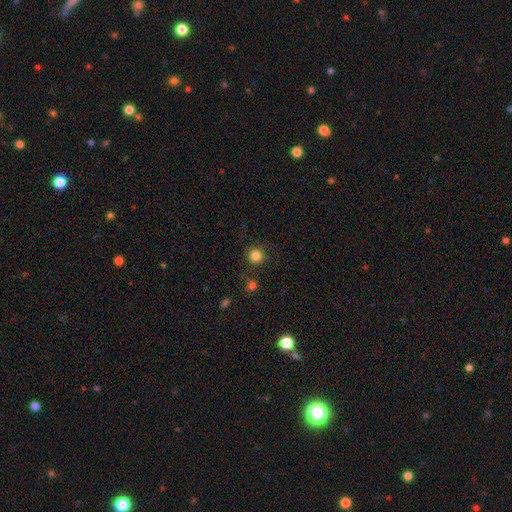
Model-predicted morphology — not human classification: smooth_or_featured: smooth (p=0.83) [alt: star or artifact p=0.12]
how_rounded: round (p=0.94) [alt: in between p=0.05]
merging: none (p=0.84) [alt: minor disturbance p=0.09]